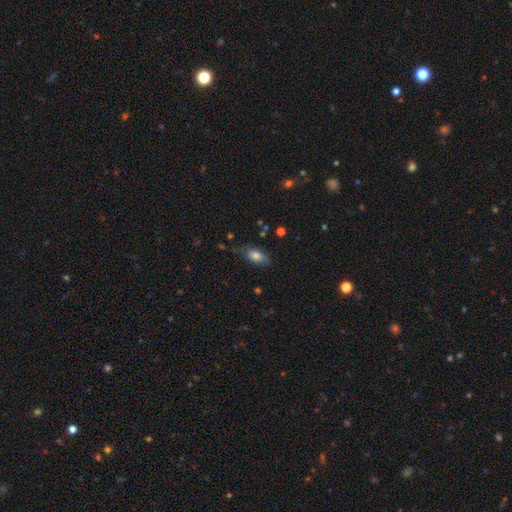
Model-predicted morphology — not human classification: Q: Smooth or featured?
A: smooth (79%); runner-up: featured or disk (13%)
Q: How rounded?
A: in between (86%); runner-up: cigar-shaped (7%)
Q: Merging?
A: none (67%); runner-up: minor disturbance (24%)